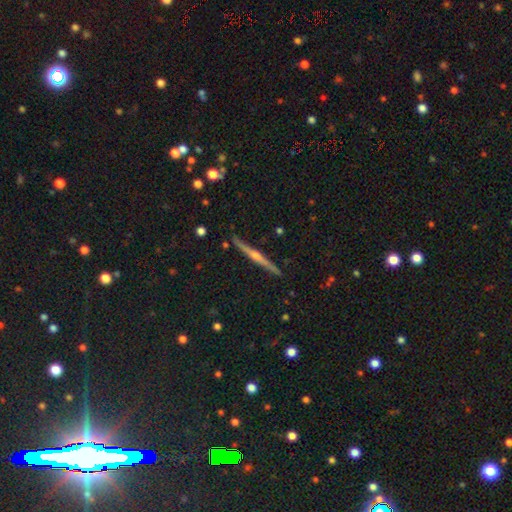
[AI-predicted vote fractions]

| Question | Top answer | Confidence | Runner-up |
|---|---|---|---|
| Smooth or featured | featured or disk | 79% | smooth (15%) |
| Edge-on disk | yes | 98% | no (2%) |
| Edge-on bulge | rounded | 86% | none (9%) |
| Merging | none | 90% | minor disturbance (7%) |